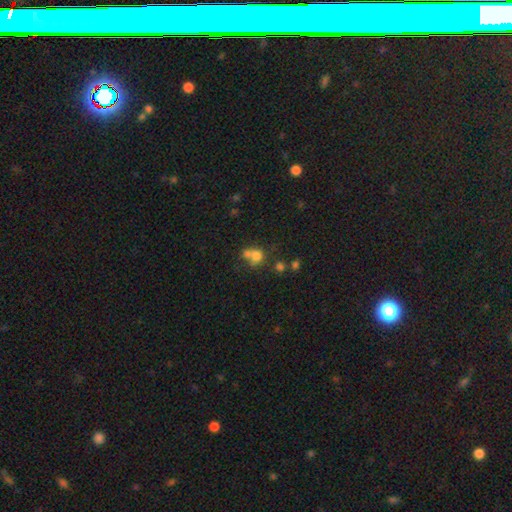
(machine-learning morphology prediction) type=smooth (71%); roundness=round (73%); merging=merger (49%).